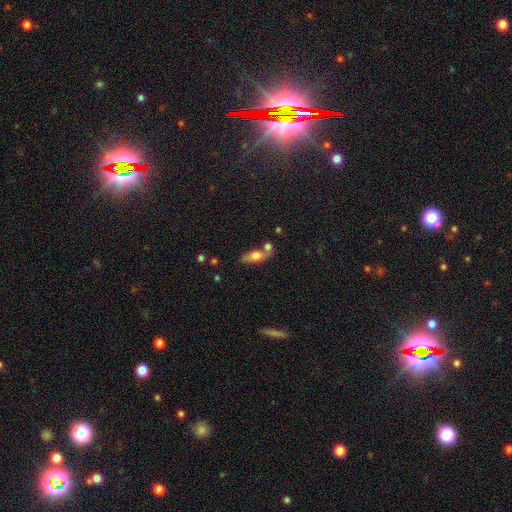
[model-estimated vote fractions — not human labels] smooth 59%, featured or disk 32%, star or artifact 9%. Down the decision tree: how rounded — in between (70%); merging — none (60%).